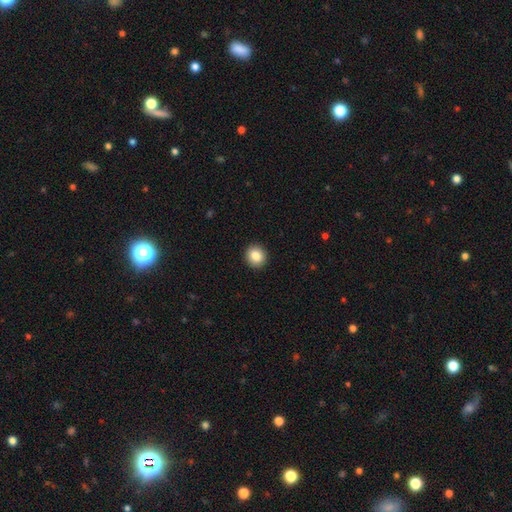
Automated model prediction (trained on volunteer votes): smooth 85%, star or artifact 9%, featured or disk 7%. Down the decision tree: how rounded — round (84%); merging — none (93%).